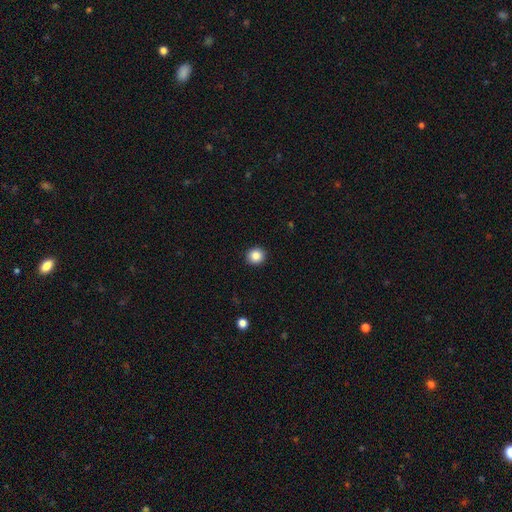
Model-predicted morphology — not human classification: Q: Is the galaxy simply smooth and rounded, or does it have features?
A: smooth — 87%.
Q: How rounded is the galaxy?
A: round — 90%.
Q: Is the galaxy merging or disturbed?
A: none — 92%.